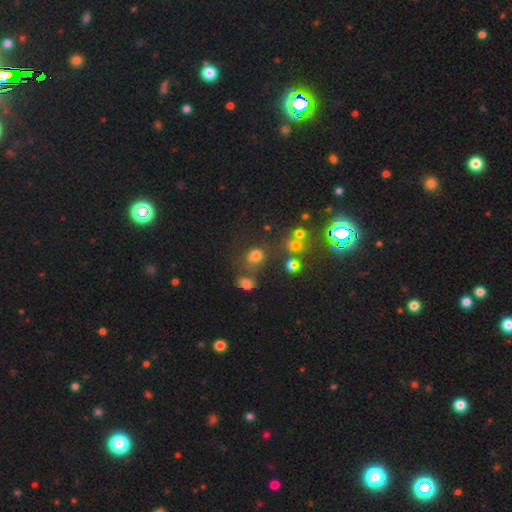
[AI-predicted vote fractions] smooth-or-featured: smooth: 67% | star or artifact: 23% | featured or disk: 10%
  how-rounded: round: 68% | in between: 31% | cigar-shaped: 1%
  merging: none: 56% | merger: 19% | minor disturbance: 16% | major disturbance: 9%